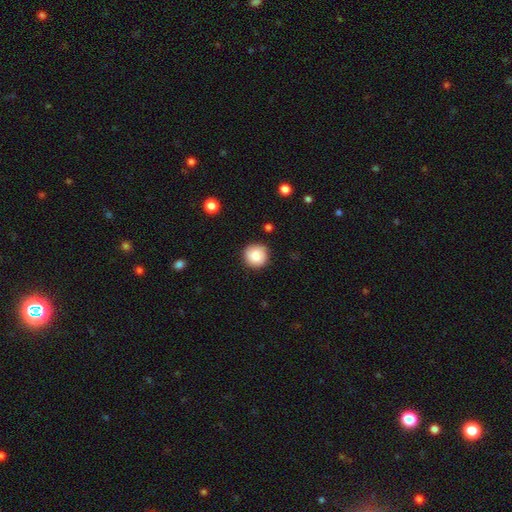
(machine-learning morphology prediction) Smooth or featured?
  - smooth: 84% *
  - star or artifact: 8%
  - featured or disk: 8%
How rounded?
  - round: 94% *
  - in between: 5%
  - cigar-shaped: 1%
Merging?
  - none: 86% *
  - minor disturbance: 10%
  - major disturbance: 2%
  - merger: 1%